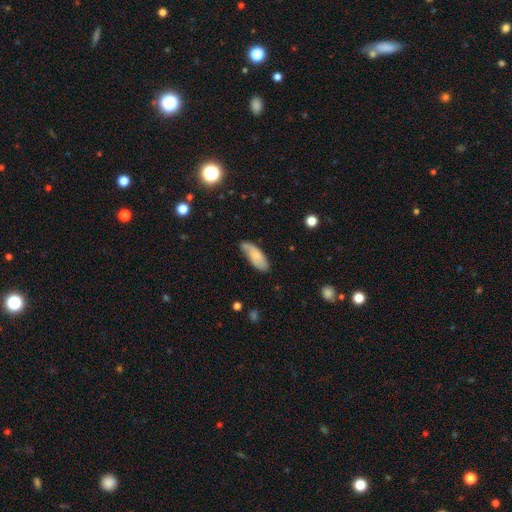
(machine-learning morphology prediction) smooth-or-featured: smooth: 64% | featured or disk: 30% | star or artifact: 7%
  how-rounded: in between: 74% | cigar-shaped: 25% | round: 2%
  merging: none: 66% | minor disturbance: 26% | major disturbance: 6% | merger: 3%